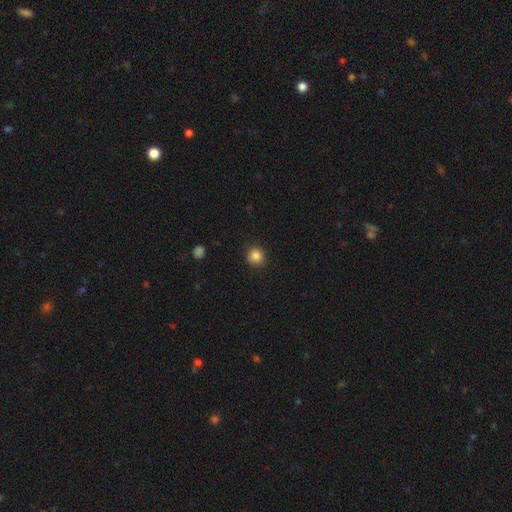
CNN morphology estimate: smooth_or_featured: smooth (p=0.86) [alt: star or artifact p=0.11]
how_rounded: round (p=0.91) [alt: in between p=0.08]
merging: none (p=0.90) [alt: minor disturbance p=0.07]